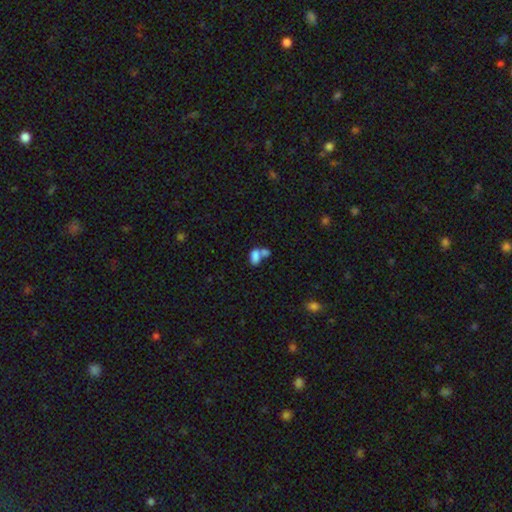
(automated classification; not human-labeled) Q: Smooth or featured?
A: smooth (79%); runner-up: featured or disk (11%)
Q: How rounded?
A: in between (88%); runner-up: round (9%)
Q: Merging?
A: merger (63%); runner-up: none (24%)